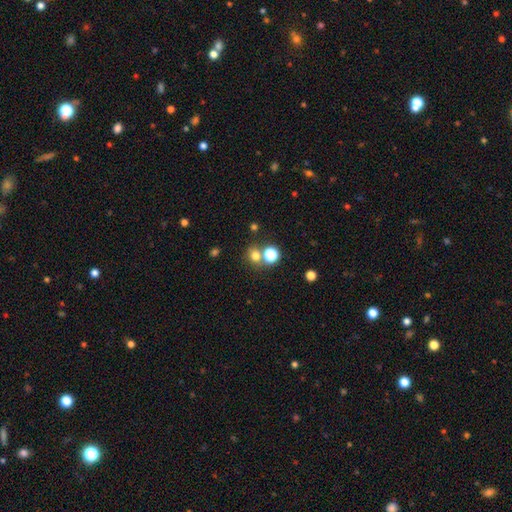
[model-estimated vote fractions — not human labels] Morphology: type=smooth (70%); roundness=round (80%); merging=none (65%).